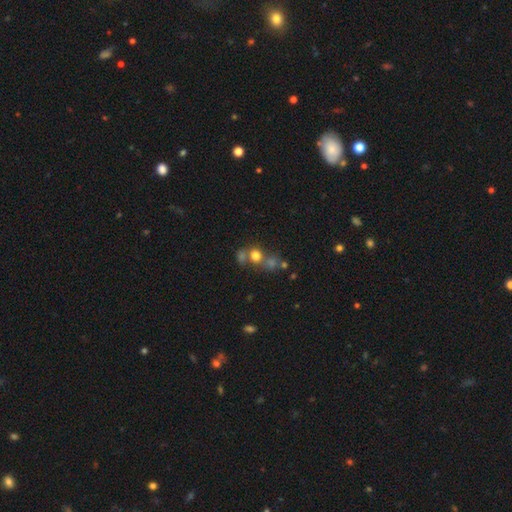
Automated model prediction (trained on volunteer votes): Morphology: type=smooth (68%); roundness=round (80%); merging=none (45%).